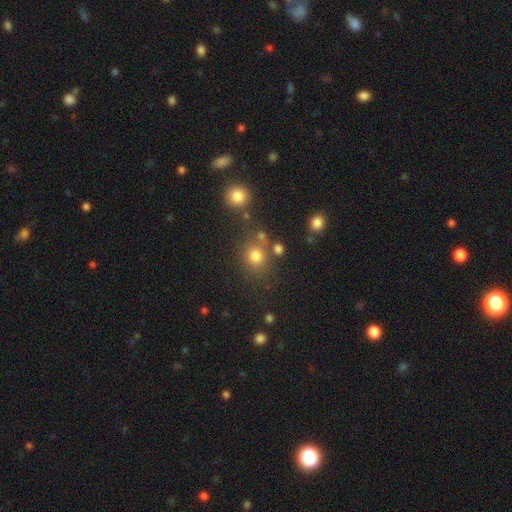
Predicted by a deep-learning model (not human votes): Smooth or featured: smooth — 76% (star or artifact — 17%)
How rounded: round — 78% (in between — 20%)
Merging: none — 70% (merger — 12%)